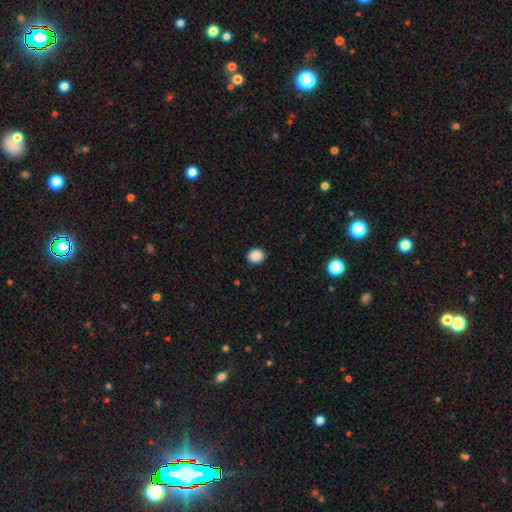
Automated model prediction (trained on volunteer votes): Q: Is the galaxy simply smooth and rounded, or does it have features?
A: smooth — 89%.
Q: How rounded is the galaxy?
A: round — 67%.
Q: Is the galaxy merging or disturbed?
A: none — 92%.